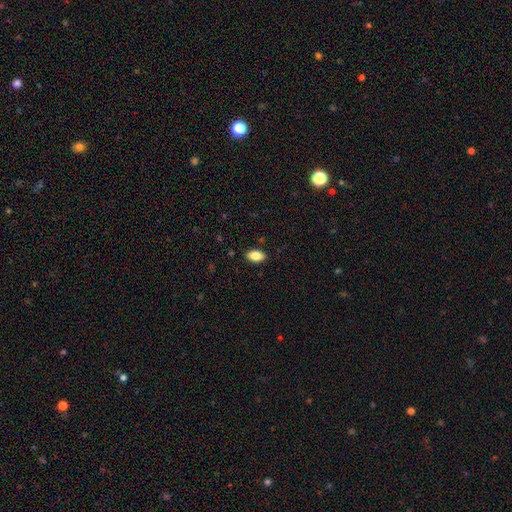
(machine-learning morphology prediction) type=smooth (85%); roundness=in between (92%); merging=none (88%).